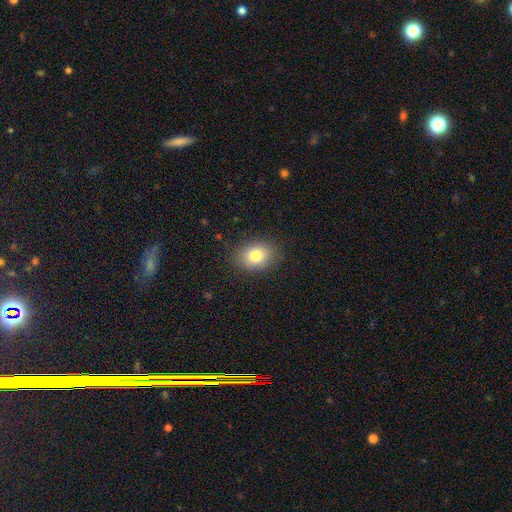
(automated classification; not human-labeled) smooth-or-featured: smooth: 79% | star or artifact: 10% | featured or disk: 10%
  how-rounded: in between: 66% | round: 33% | cigar-shaped: 1%
  merging: none: 86% | minor disturbance: 10% | major disturbance: 3% | merger: 1%